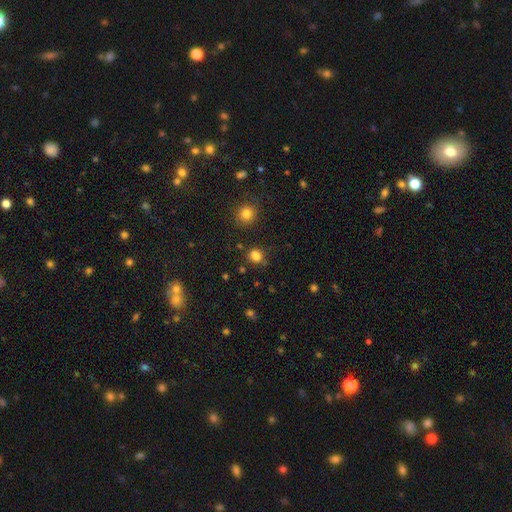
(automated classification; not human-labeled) Q: Smooth or featured?
A: smooth (79%); runner-up: star or artifact (16%)
Q: How rounded?
A: round (55%); runner-up: in between (43%)
Q: Merging?
A: none (72%); runner-up: minor disturbance (15%)